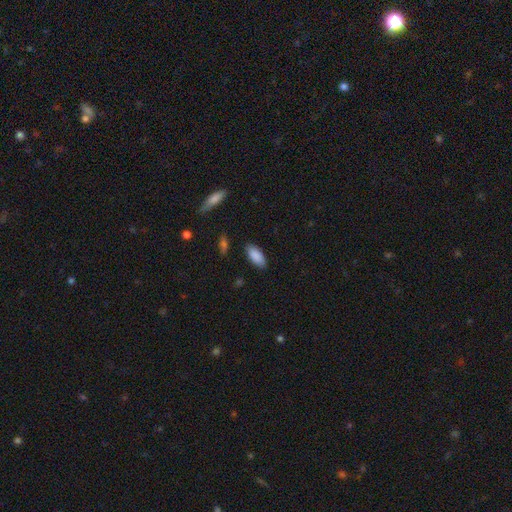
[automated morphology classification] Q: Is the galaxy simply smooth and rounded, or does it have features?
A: smooth — 89%.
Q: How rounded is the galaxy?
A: in between — 89%.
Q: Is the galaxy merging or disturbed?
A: none — 86%.